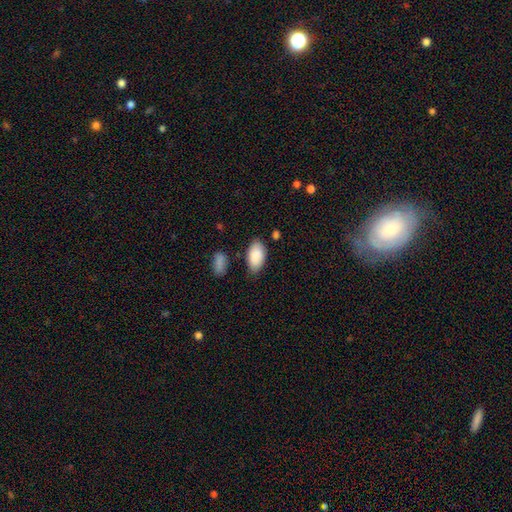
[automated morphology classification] The model was most divided on "merging": none: 70%, minor disturbance: 21%, merger: 4%, major disturbance: 4%. More confident: how rounded — in between (95%); smooth or featured — smooth (88%).